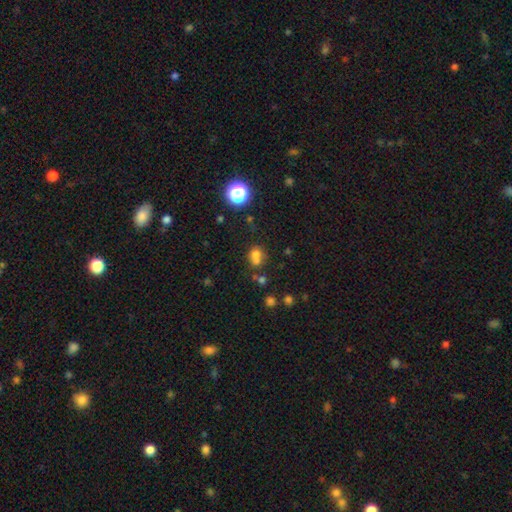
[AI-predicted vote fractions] A smooth galaxy with no disk features (69%) that is round (55%). Merging: none (42%).